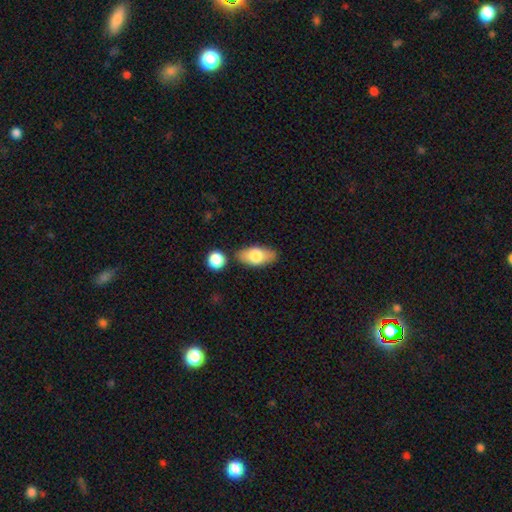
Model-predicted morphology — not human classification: This appears to be a smooth galaxy with no disk features (75%) that is in between round and cigar-shaped (88%). Merging: none (77%).